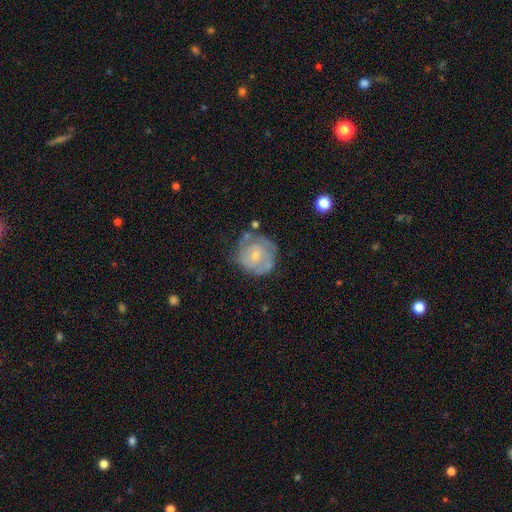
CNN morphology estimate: A featured or disk galaxy (67%) with no bar (71%), tight (64%) spiral arms (78%) and a small central bulge (65%).

Vote fractions:
- Smooth or featured? featured or disk: 67% / smooth: 27% / star or artifact: 6%
- Edge-on disk? no: 98% / yes: 2%
- Bar? no: 71% / weak: 26% / strong: 4%
- Spiral arms? yes: 78% / no: 22%
- Spiral winding? tight: 64% / medium: 27% / loose: 9%
- Spiral arm count? can't tell: 41% / 2: 32% / 3: 13% / 1: 7% / 4: 4% / more than 4: 3%
- Bulge size? small: 65% / moderate: 30% / none: 3% / large: 1% / dominant: 1%
- Merging? none: 61% / minor disturbance: 24% / major disturbance: 10% / merger: 5%